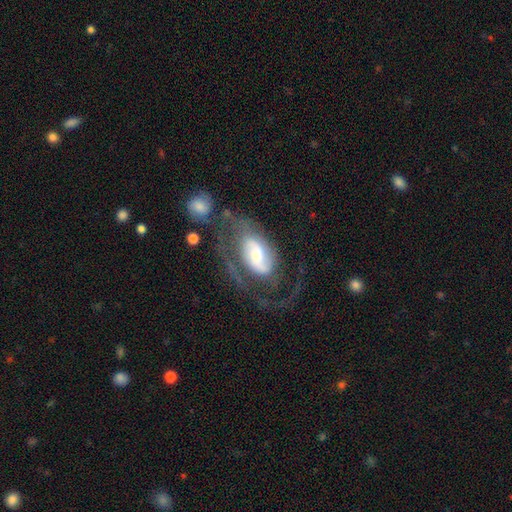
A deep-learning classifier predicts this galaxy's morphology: A featured or disk galaxy (73%) with no bar (43%), 2 (55%) medium (42%) spiral arms (86%) and a small central bulge (42%).

Vote fractions:
- Smooth or featured? featured or disk: 73% / smooth: 20% / star or artifact: 6%
- Edge-on disk? no: 94% / yes: 6%
- Bar? no: 43% / weak: 36% / strong: 20%
- Spiral arms? yes: 86% / no: 14%
- Spiral winding? medium: 42% / loose: 32% / tight: 26%
- Spiral arm count? 2: 55% / can't tell: 19% / 1: 17% / 3: 5% / 4: 2% / more than 4: 2%
- Bulge size? small: 42% / moderate: 41% / large: 12% / dominant: 3% / none: 2%
- Merging? major disturbance: 40% / none: 37% / minor disturbance: 17% / merger: 7%